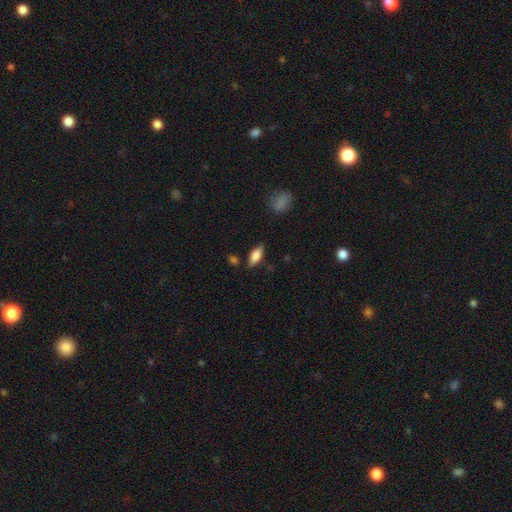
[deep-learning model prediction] Smooth or featured: smooth — 72% (featured or disk — 21%)
How rounded: in between — 76% (cigar-shaped — 21%)
Merging: none — 81% (minor disturbance — 13%)